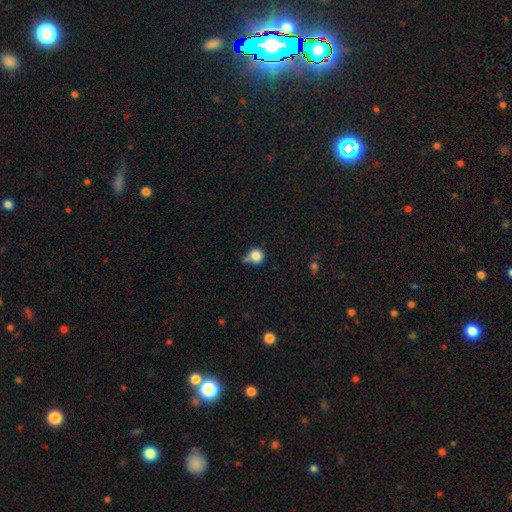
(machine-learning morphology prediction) smooth 83%, star or artifact 11%, featured or disk 6%. Down the decision tree: how rounded — round (91%); merging — none (55%).